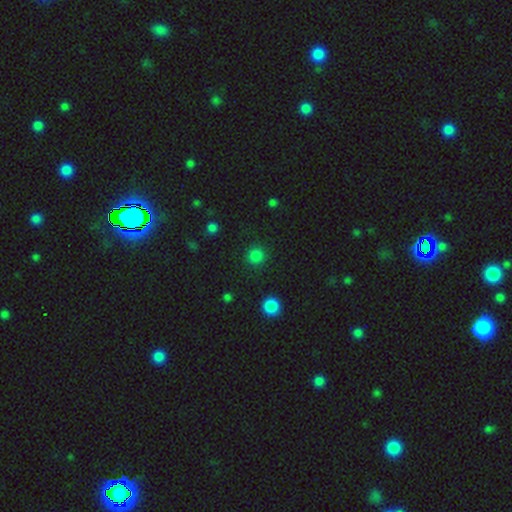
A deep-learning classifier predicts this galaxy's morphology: Smooth or featured: smooth — 83% (star or artifact — 14%)
How rounded: round — 92% (in between — 7%)
Merging: none — 89% (minor disturbance — 6%)